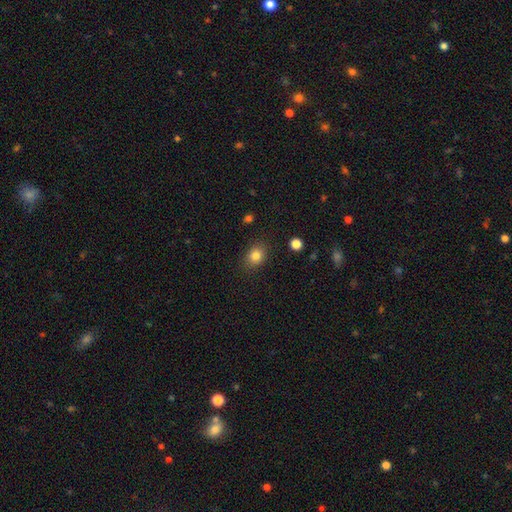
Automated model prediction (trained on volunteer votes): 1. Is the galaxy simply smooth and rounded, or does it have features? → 82% smooth, 11% star or artifact, 7% featured or disk.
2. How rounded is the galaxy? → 52% round, 47% in between, 1% cigar-shaped.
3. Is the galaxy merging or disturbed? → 86% none, 10% minor disturbance, 3% major disturbance, 1% merger.